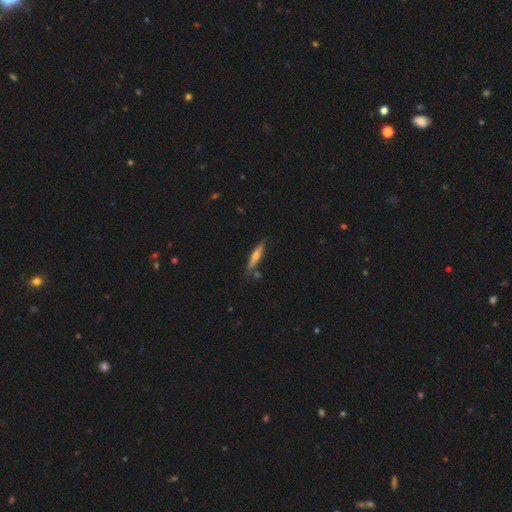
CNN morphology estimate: Smooth or featured? featured or disk (51%)
Edge-on disk? yes (93%)
Merging? none (81%)